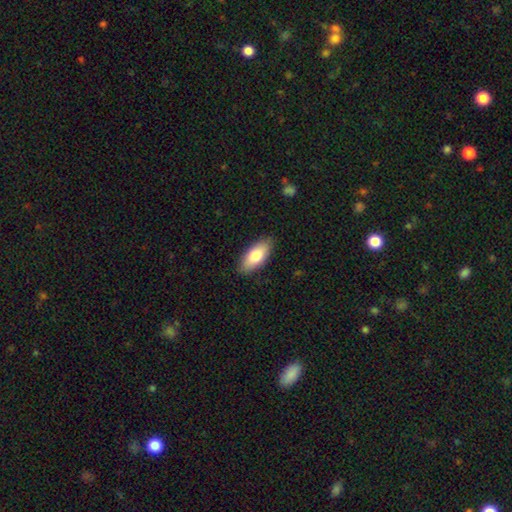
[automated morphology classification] Smooth or featured? smooth (78%)
How rounded? in between (85%)
Merging? none (87%)